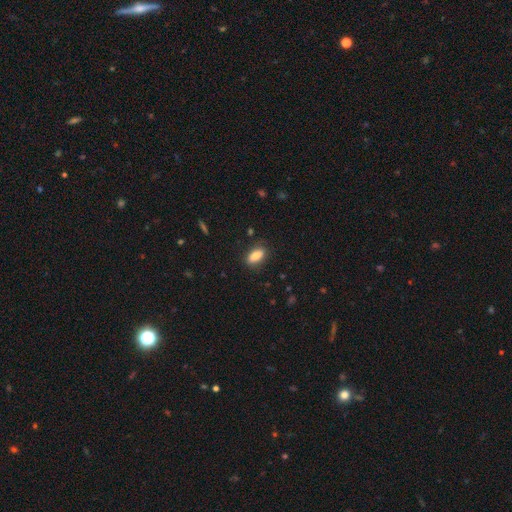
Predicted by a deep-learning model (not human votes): smooth-or-featured: smooth: 84% | featured or disk: 8% | star or artifact: 8%
  how-rounded: in between: 84% | cigar-shaped: 12% | round: 4%
  merging: none: 83% | minor disturbance: 12% | major disturbance: 3% | merger: 1%